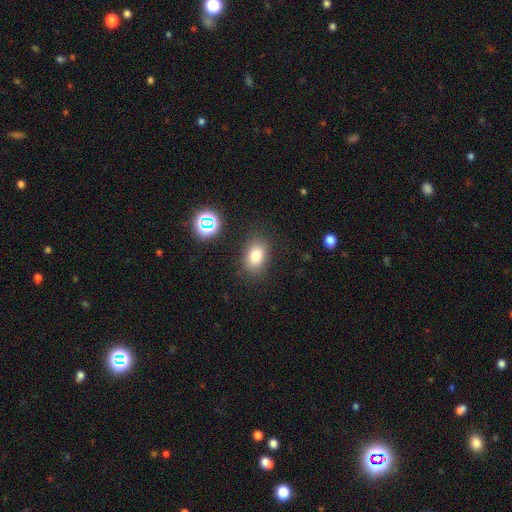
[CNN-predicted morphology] smooth 78%, star or artifact 13%, featured or disk 9%. Down the decision tree: how rounded — in between (76%); merging — none (83%).